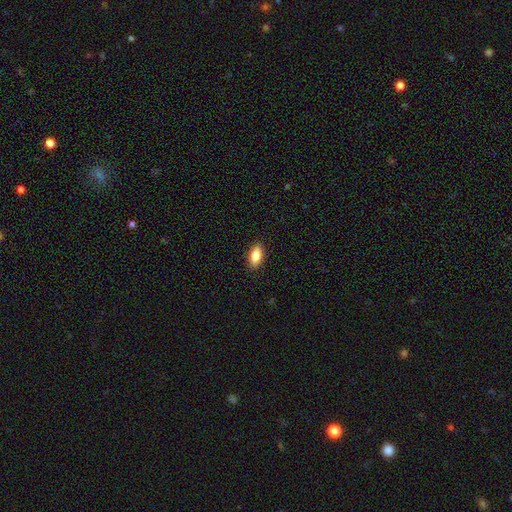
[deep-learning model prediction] The model was most divided on "how rounded": in between: 85%, cigar-shaped: 12%, round: 3%. More confident: merging — none (89%); smooth or featured — smooth (84%).